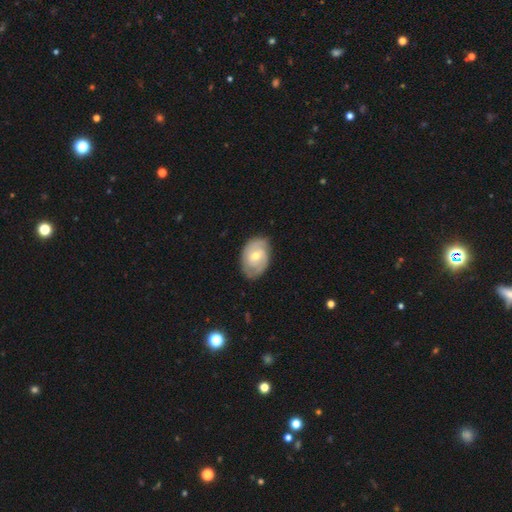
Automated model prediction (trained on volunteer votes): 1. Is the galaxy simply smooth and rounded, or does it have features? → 65% featured or disk, 30% smooth, 6% star or artifact.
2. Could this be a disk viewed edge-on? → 95% no, 5% yes.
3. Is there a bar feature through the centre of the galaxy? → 63% no, 32% weak, 6% strong.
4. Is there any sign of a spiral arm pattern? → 80% yes, 20% no.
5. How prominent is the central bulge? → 56% moderate, 40% small, 2% large, 1% none, 1% dominant.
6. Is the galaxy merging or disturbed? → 76% none, 19% minor disturbance, 4% major disturbance, 1% merger.